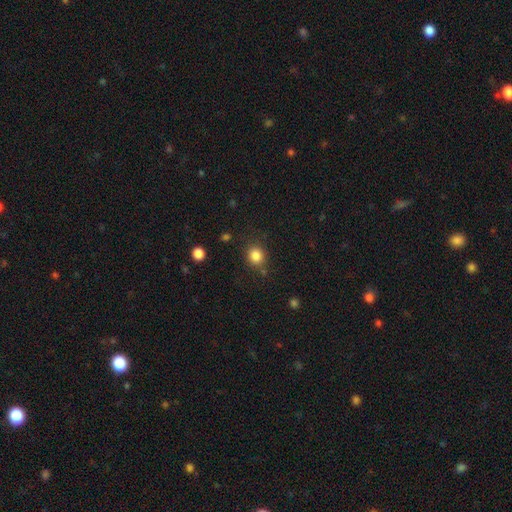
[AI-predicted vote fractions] smooth 84%, star or artifact 11%, featured or disk 5%. Down the decision tree: how rounded — round (81%); merging — none (80%).